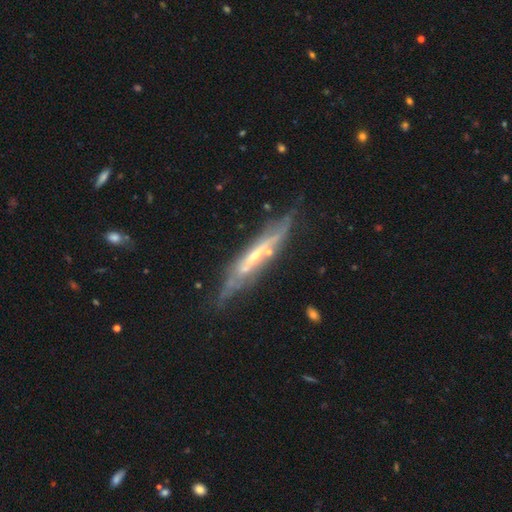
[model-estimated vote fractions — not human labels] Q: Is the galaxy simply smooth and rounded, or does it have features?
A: featured or disk — 77%.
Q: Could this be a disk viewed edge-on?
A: yes — 74%.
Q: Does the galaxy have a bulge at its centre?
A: rounded — 45%, tied with none.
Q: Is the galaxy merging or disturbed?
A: none — 66%.